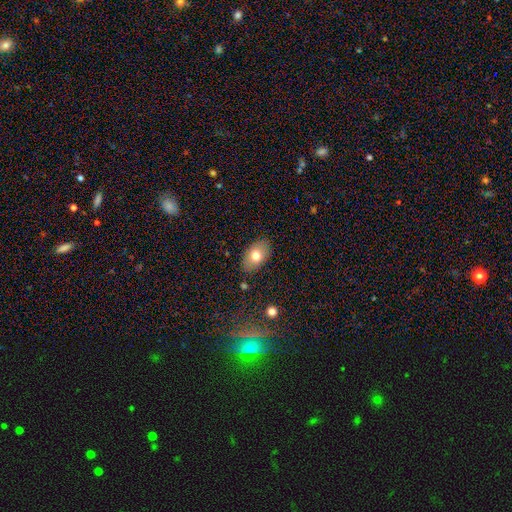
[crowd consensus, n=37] A smooth galaxy with no disk features (76%) that is in between round and cigar-shaped (86%). Merging: none (83%).